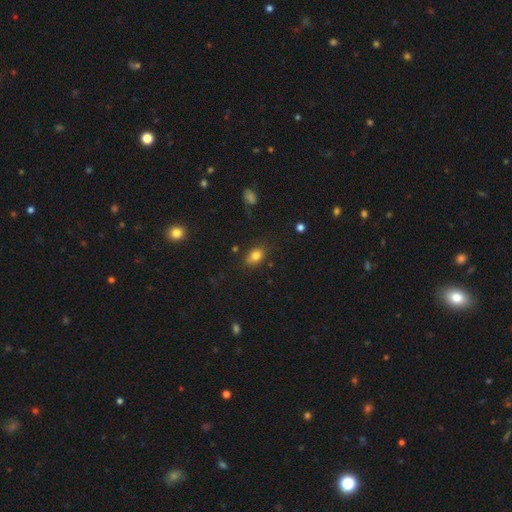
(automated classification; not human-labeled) Morphology: type=smooth (81%); roundness=in between (76%); merging=none (77%).